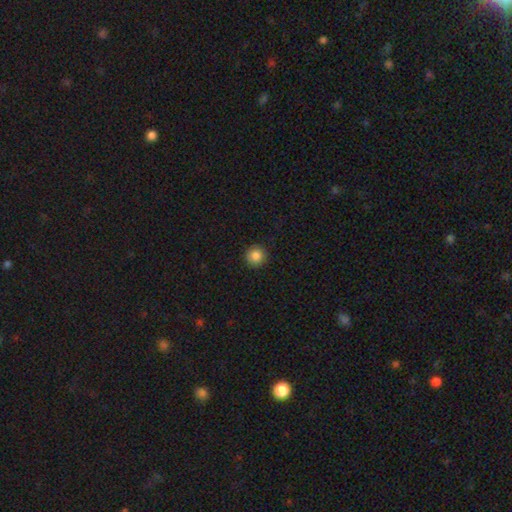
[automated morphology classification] This appears to be a smooth galaxy with no disk features (86%) that is round (95%). Merging: none (91%).